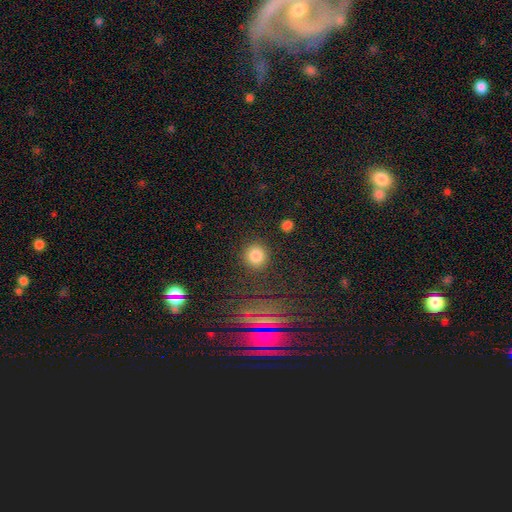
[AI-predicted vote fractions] Overall: smooth (81%). How rounded: round (86%). Merging: none (87%).